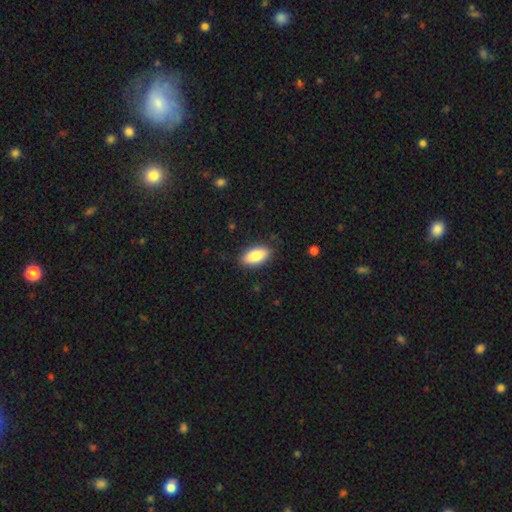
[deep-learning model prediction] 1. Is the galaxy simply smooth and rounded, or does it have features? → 86% smooth, 8% featured or disk, 6% star or artifact.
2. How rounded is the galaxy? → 90% in between, 7% cigar-shaped, 3% round.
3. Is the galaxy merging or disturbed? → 86% none, 11% minor disturbance, 3% major disturbance, 1% merger.